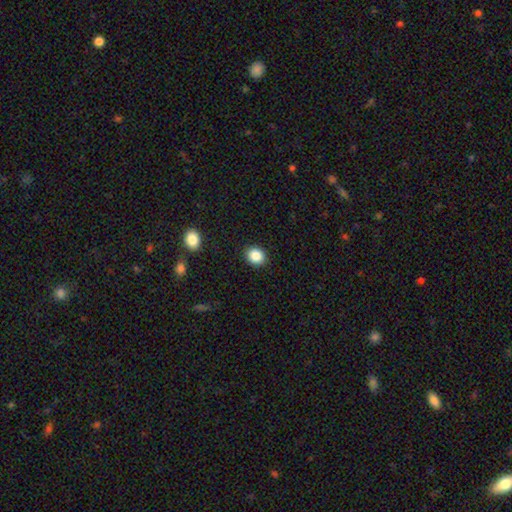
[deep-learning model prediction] smooth-or-featured: smooth: 87% | star or artifact: 9% | featured or disk: 4%
  how-rounded: round: 68% | in between: 31% | cigar-shaped: 1%
  merging: none: 91% | minor disturbance: 6% | major disturbance: 2% | merger: 1%